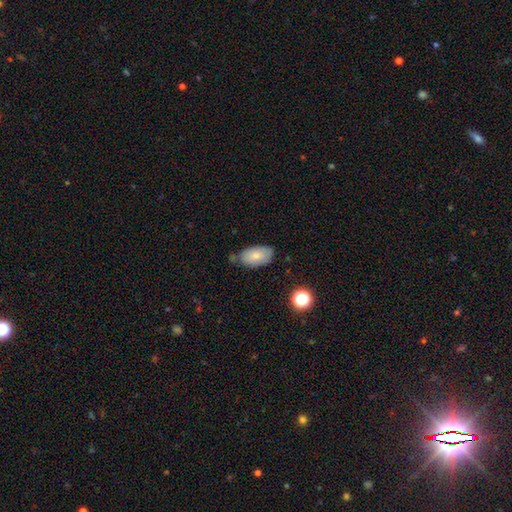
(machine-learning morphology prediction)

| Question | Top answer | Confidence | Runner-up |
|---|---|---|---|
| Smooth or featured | smooth | 77% | featured or disk (15%) |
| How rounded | in between | 94% | round (5%) |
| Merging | none | 63% | minor disturbance (26%) |